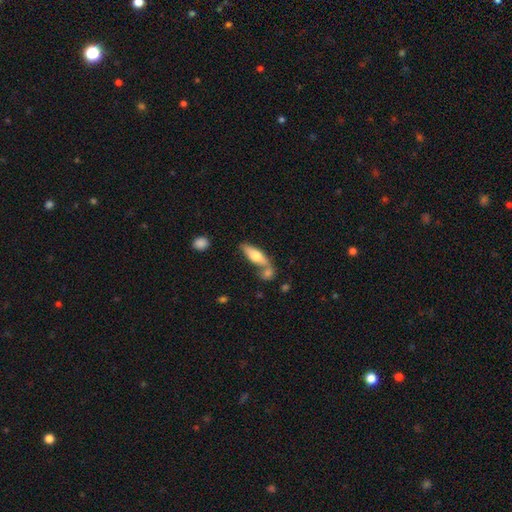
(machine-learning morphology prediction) A smooth galaxy with no disk features (58%) that is in between round and cigar-shaped (50%). Merging: none (49%).